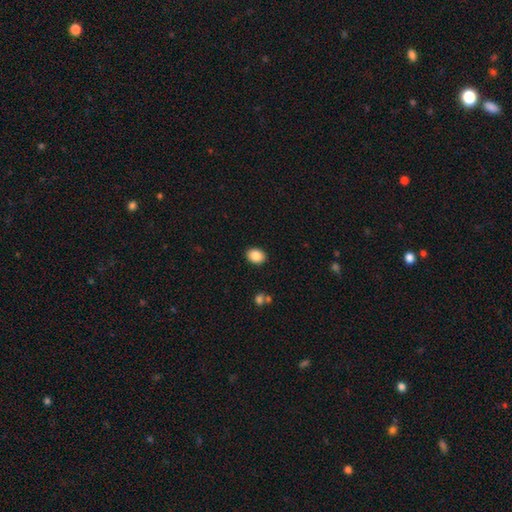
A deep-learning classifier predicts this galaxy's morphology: Smooth or featured? smooth (88%)
How rounded? in between (61%)
Merging? none (90%)